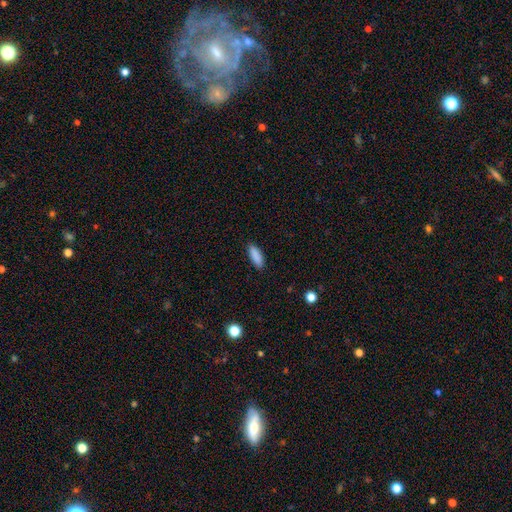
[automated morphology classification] Smooth or featured? Predicted: smooth (p=0.89). How rounded? Predicted: in between (p=0.65). Merging? Predicted: none (p=0.88).